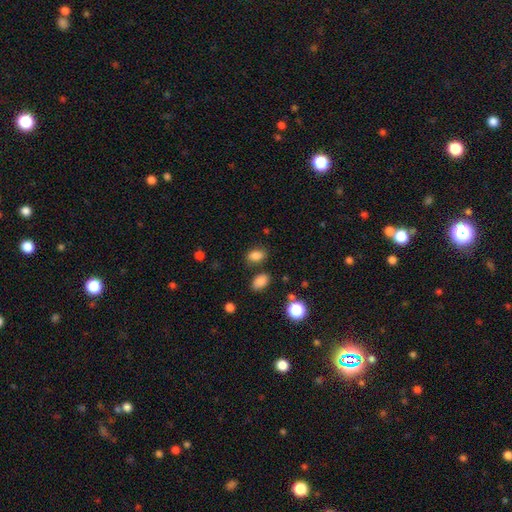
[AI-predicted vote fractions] A smooth galaxy with no disk features (83%) that is in between round and cigar-shaped (82%).

Vote fractions:
- Smooth or featured? smooth: 83% / star or artifact: 12% / featured or disk: 5%
- How rounded? in between: 82% / round: 17% / cigar-shaped: 1%
- Merging? none: 76% / minor disturbance: 13% / merger: 7% / major disturbance: 4%